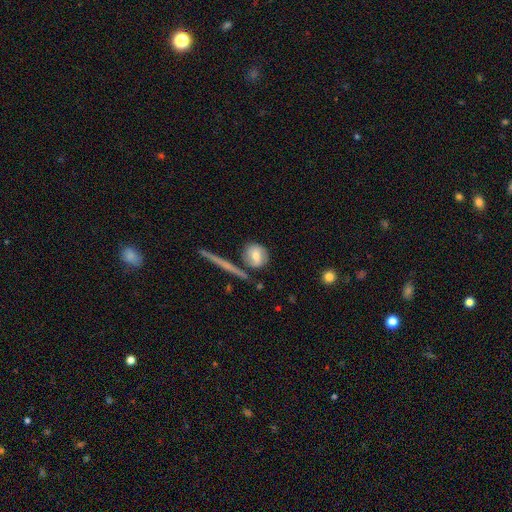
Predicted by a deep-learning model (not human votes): Smooth or featured: smooth — 65% (featured or disk — 27%)
How rounded: round — 74% (in between — 21%)
Merging: none — 71% (minor disturbance — 15%)